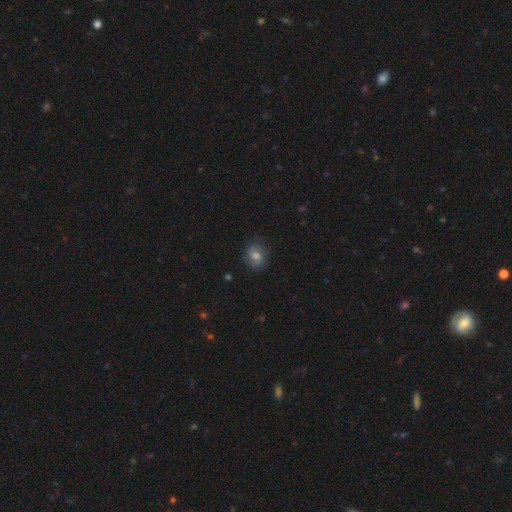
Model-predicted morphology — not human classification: Overall: smooth (60%; featured or disk 26%). How rounded: round (65%; in between 34%). Merging: none (83%).